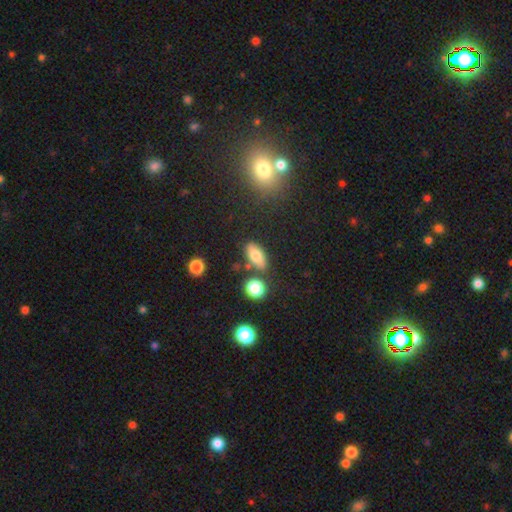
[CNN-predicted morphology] Smooth or featured? Predicted: smooth (p=0.75). How rounded? Predicted: in between (p=0.77). Merging? Predicted: none (p=0.74).